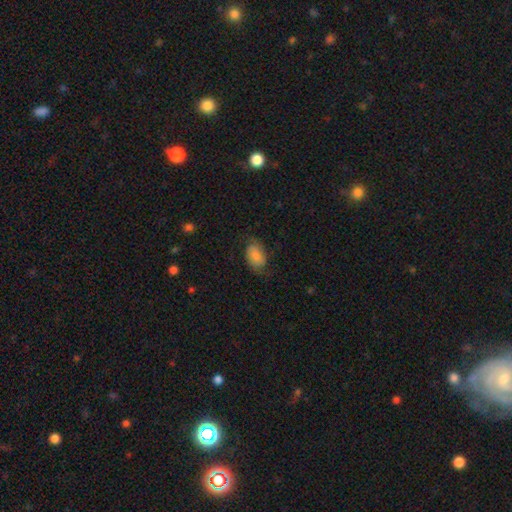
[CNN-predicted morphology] Smooth or featured? Predicted: smooth (p=0.71). How rounded? Predicted: in between (p=0.89). Merging? Predicted: none (p=0.63).